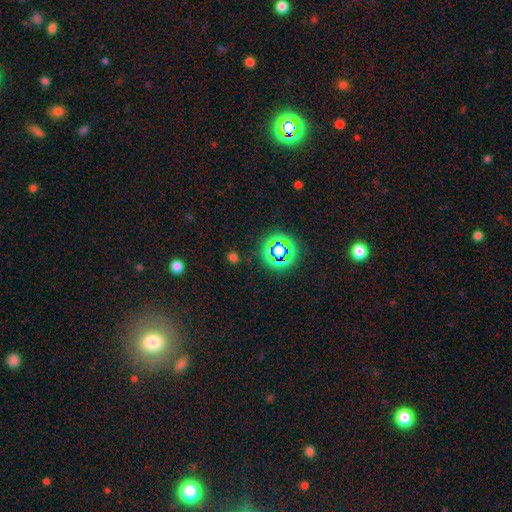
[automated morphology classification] Q: Smooth or featured?
A: star or artifact (58%); runner-up: smooth (30%)